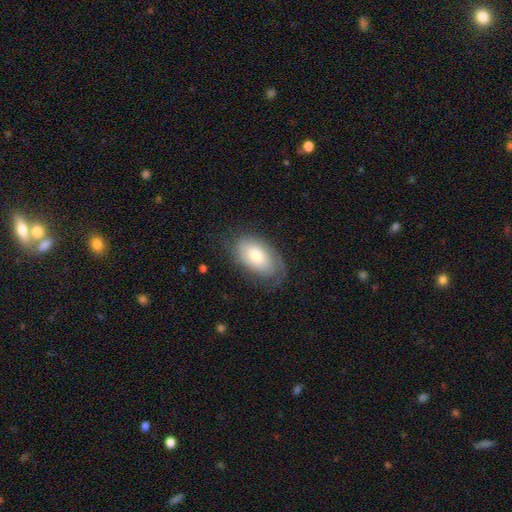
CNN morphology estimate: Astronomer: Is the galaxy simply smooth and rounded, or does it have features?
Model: smooth — 53% (runner-up: featured or disk, 40%).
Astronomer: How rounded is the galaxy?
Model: in between — 92%.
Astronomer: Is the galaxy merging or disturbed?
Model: none — 63%.